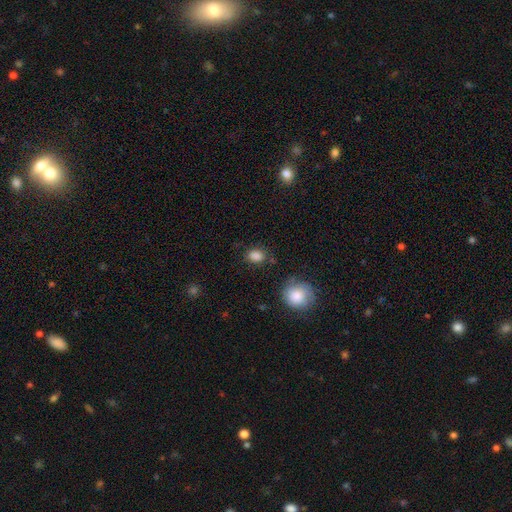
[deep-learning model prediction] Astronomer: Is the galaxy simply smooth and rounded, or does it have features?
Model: smooth — 85%.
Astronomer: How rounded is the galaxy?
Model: in between — 64%.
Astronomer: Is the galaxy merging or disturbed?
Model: none — 74%.